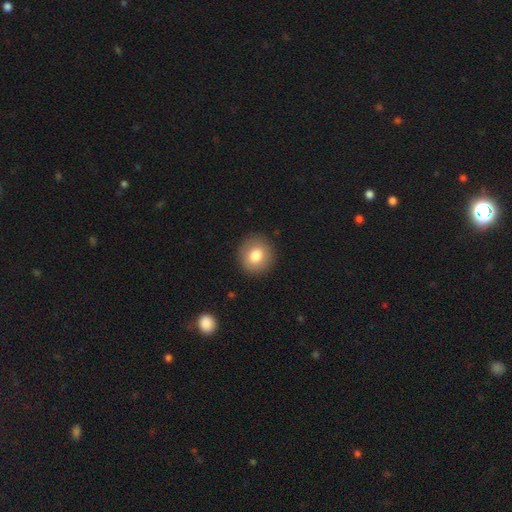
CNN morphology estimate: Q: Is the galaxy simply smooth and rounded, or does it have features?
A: smooth — 79%.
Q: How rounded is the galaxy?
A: round — 86%.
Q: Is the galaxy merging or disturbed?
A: none — 90%.